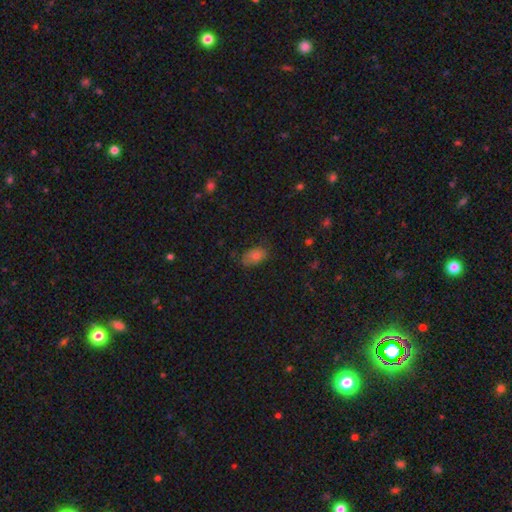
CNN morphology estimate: A smooth galaxy with no disk features (73%) that is in between round and cigar-shaped (87%). Merging: none (68%).